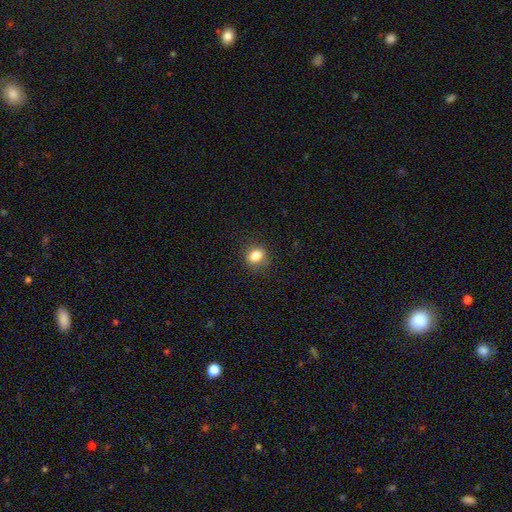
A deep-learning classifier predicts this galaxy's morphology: Smooth or featured: smooth — 82% (star or artifact — 11%)
How rounded: round — 50% (in between — 48%)
Merging: none — 86% (minor disturbance — 10%)